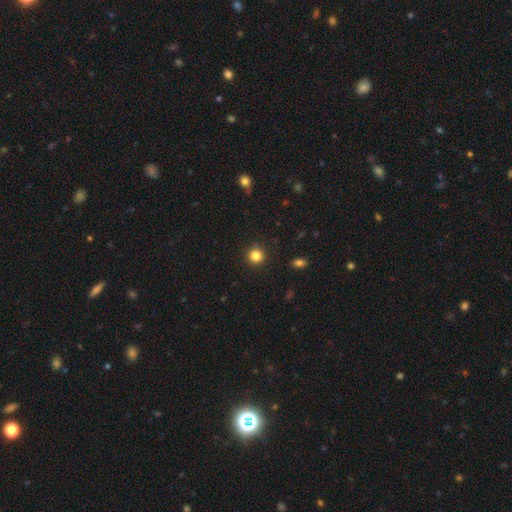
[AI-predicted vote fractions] smooth 84%, star or artifact 12%, featured or disk 4%. Down the decision tree: how rounded — round (93%); merging — none (91%).